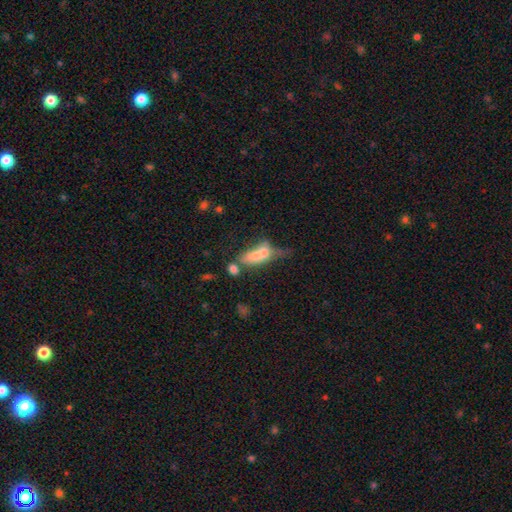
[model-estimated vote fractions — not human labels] Smooth or featured: smooth — 55% (featured or disk — 32%)
How rounded: in between — 53% (cigar-shaped — 43%)
Merging: merger — 37% (none — 25%)